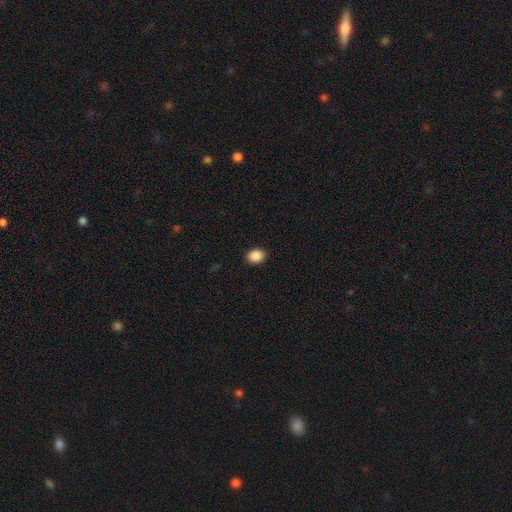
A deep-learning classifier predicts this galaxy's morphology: smooth_or_featured: smooth (p=0.89) [alt: star or artifact p=0.08]
how_rounded: in between (p=0.55) [alt: round p=0.44]
merging: none (p=0.90) [alt: minor disturbance p=0.07]